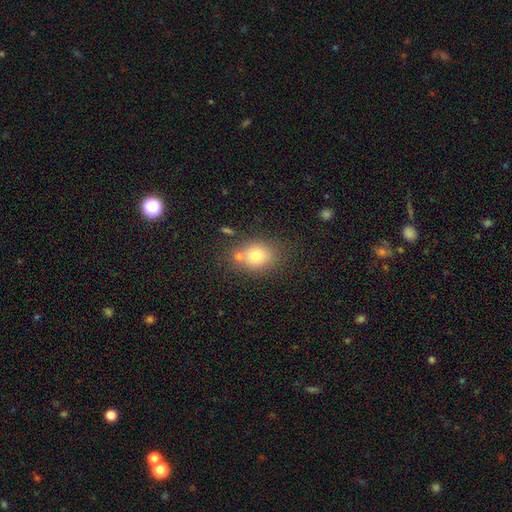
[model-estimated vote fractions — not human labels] Q: Smooth or featured?
A: smooth (77%); runner-up: star or artifact (12%)
Q: How rounded?
A: round (56%); runner-up: in between (42%)
Q: Merging?
A: none (64%); runner-up: merger (18%)